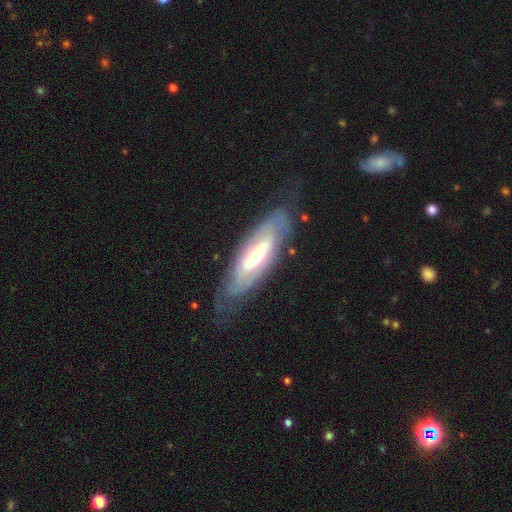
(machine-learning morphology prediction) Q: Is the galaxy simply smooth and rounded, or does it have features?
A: featured or disk — 69%.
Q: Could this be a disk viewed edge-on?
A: no — 77%.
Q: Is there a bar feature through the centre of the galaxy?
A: no — 44%.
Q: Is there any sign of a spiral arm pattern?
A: yes — 56%.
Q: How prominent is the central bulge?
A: moderate — 56%.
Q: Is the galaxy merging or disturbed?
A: none — 68%.